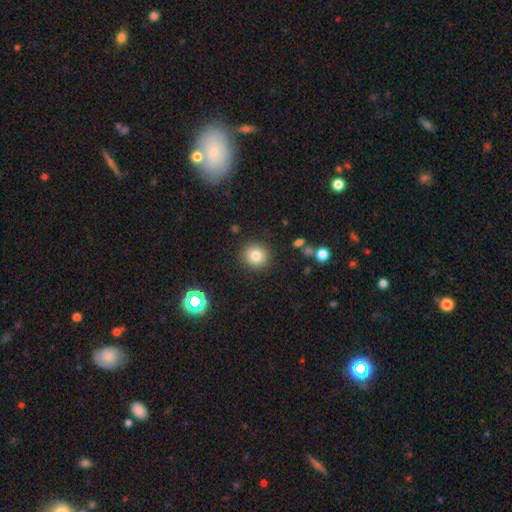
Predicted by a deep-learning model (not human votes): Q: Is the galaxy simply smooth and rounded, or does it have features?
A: smooth — 82%.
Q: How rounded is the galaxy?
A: round — 89%.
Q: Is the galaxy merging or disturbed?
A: none — 89%.